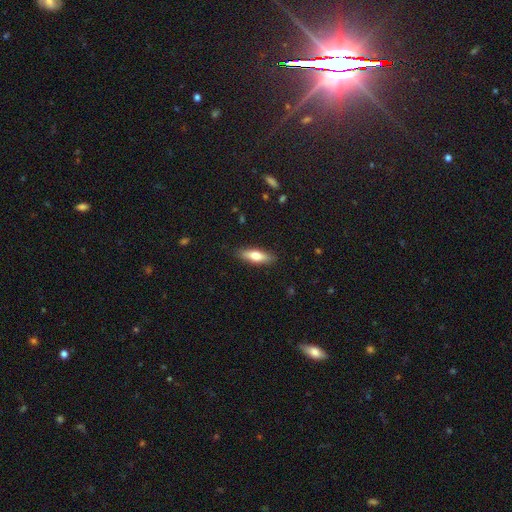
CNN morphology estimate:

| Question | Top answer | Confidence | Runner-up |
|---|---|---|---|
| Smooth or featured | smooth | 70% | featured or disk (24%) |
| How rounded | in between | 50% | cigar-shaped (48%) |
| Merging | none | 87% | minor disturbance (10%) |